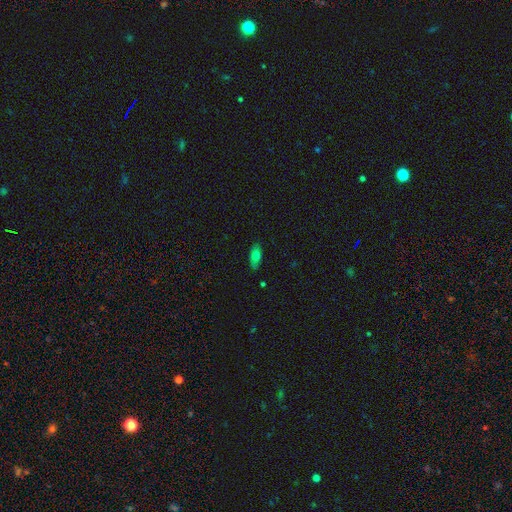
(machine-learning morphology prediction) Smooth or featured: smooth — 68% (featured or disk — 23%)
How rounded: in between — 78% (cigar-shaped — 18%)
Merging: none — 83% (minor disturbance — 14%)